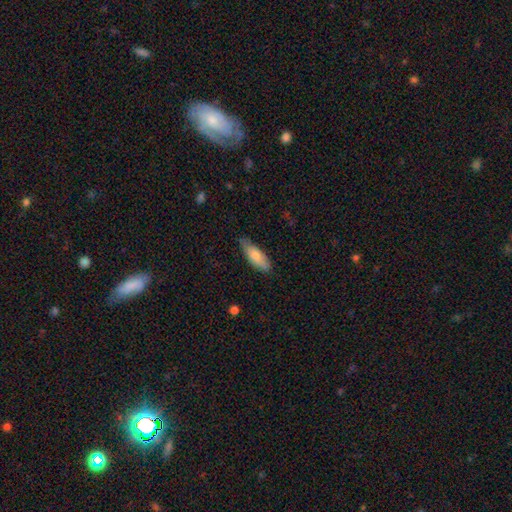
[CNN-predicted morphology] Q: Smooth or featured?
A: smooth (78%); runner-up: featured or disk (16%)
Q: How rounded?
A: in between (64%); runner-up: cigar-shaped (34%)
Q: Merging?
A: none (73%); runner-up: minor disturbance (23%)